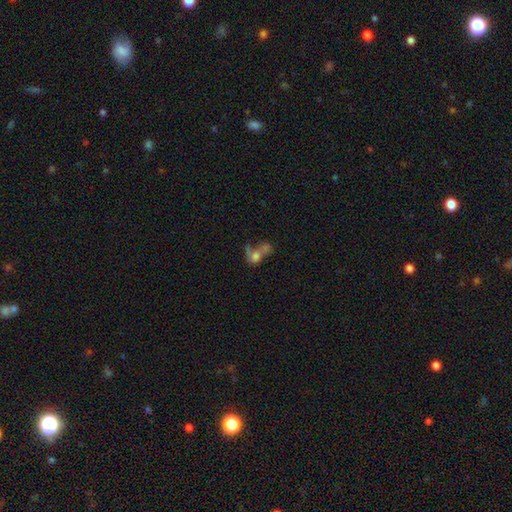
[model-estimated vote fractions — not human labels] Smooth or featured: smooth — 55% (featured or disk — 30%)
How rounded: in between — 61% (round — 35%)
Merging: merger — 54% (major disturbance — 21%)